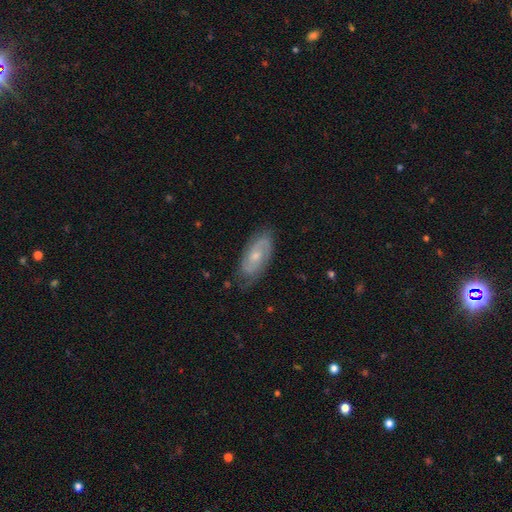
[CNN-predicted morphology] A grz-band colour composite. It shows a featured or disk galaxy (76%) with no bar (60%), 2 (76%) tight (48%) spiral arms (93%) and a small central bulge (53%). Merging: none (76%).